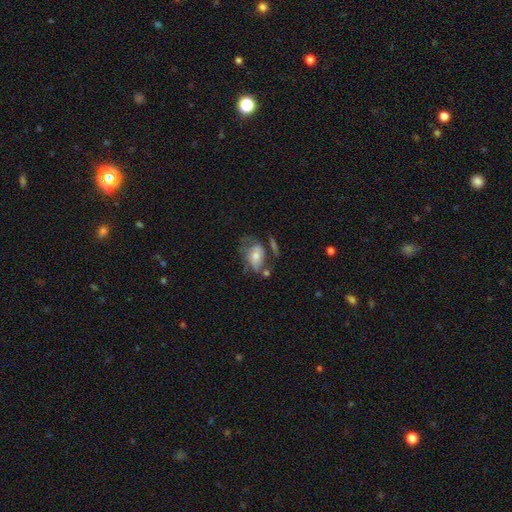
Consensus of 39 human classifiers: This appears to be a featured or disk galaxy (51%) with no bar (89%), no spiral arms (68%) and a small central bulge (47%). Merging: major disturbance (49%).